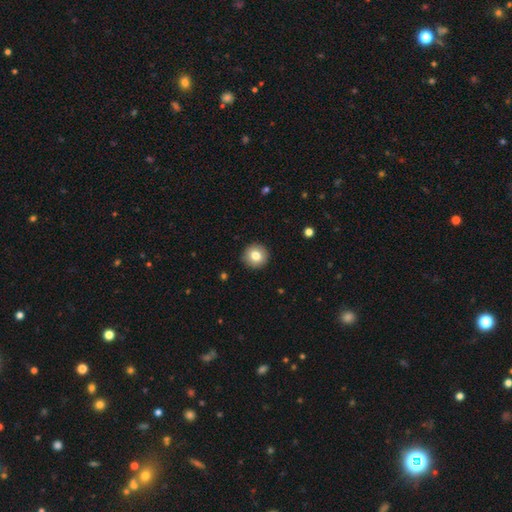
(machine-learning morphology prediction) A smooth galaxy with no disk features (80%) that is round (95%).

Vote fractions:
- Smooth or featured? smooth: 80% / featured or disk: 11% / star or artifact: 9%
- How rounded? round: 95% / in between: 4% / cigar-shaped: 1%
- Merging? none: 92% / minor disturbance: 6% / major disturbance: 2% / merger: 1%